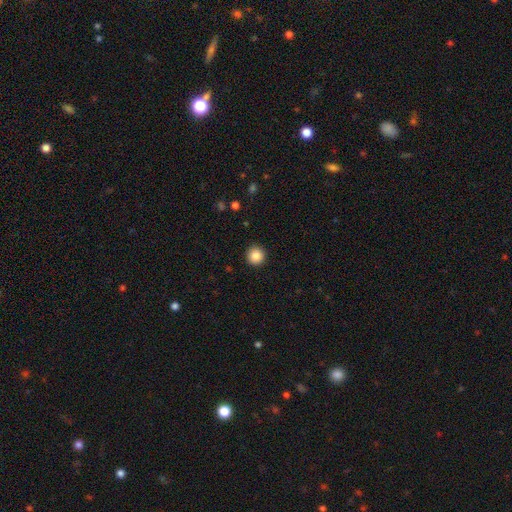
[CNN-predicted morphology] smooth-or-featured: smooth: 87% | star or artifact: 10% | featured or disk: 4%
  how-rounded: round: 95% | in between: 4% | cigar-shaped: 1%
  merging: none: 92% | minor disturbance: 5% | major disturbance: 2% | merger: 1%